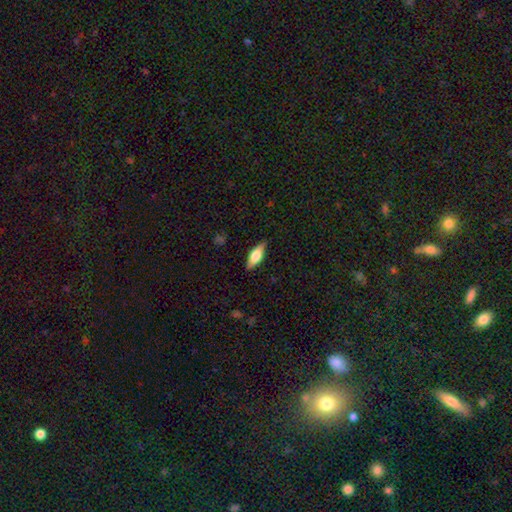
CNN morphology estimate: type=smooth (58%); roundness=in between (67%); merging=none (84%).